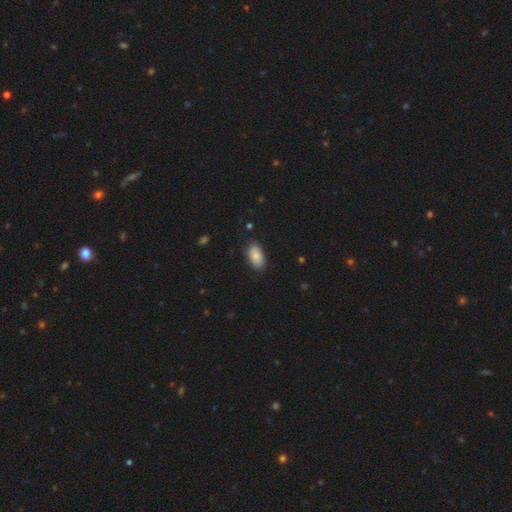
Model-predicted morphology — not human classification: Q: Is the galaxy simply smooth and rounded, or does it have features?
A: smooth — 86%.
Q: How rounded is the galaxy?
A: in between — 94%.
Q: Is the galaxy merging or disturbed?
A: none — 83%.